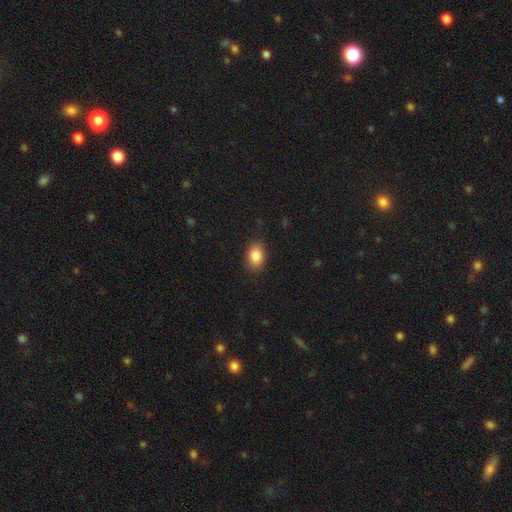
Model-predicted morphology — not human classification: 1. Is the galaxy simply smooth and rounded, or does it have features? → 87% smooth, 8% star or artifact, 5% featured or disk.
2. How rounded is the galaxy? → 80% in between, 19% round, 1% cigar-shaped.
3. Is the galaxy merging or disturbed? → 85% none, 11% minor disturbance, 3% major disturbance, 1% merger.